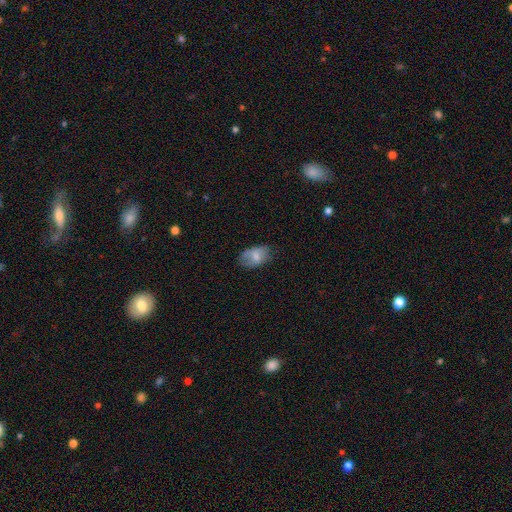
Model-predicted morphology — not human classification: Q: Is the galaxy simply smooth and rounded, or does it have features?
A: smooth — 70%.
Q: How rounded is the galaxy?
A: in between — 90%.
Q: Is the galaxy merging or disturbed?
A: none — 59%.